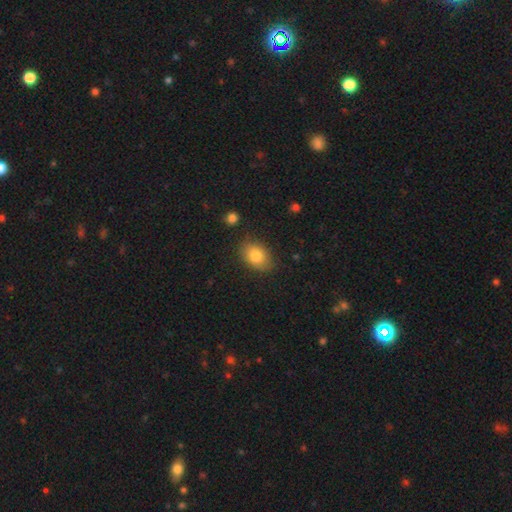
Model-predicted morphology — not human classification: This appears to be a smooth galaxy with no disk features (81%) that is in between round and cigar-shaped (78%). Merging: none (80%).